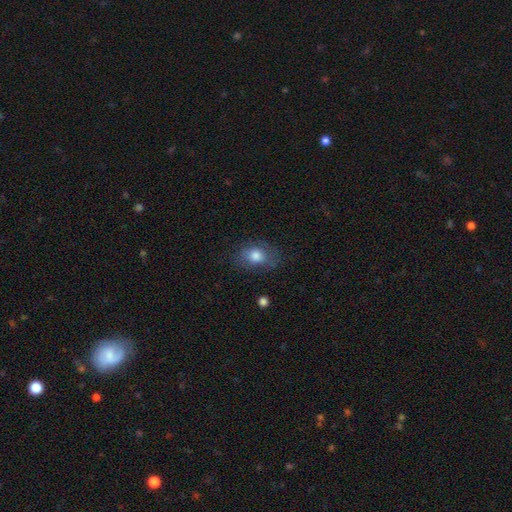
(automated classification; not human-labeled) Smooth or featured? smooth (77%)
How rounded? in between (73%)
Merging? none (68%)